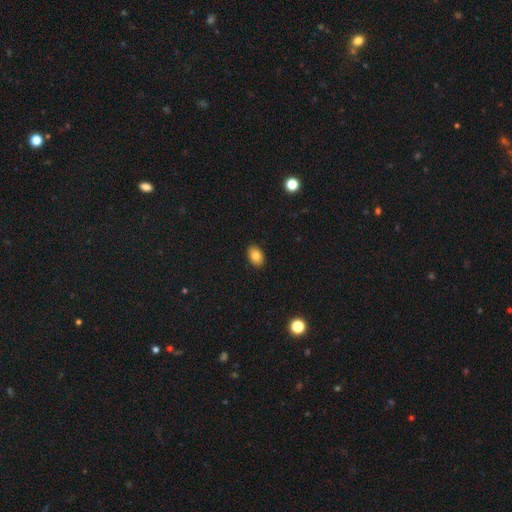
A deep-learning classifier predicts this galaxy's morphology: type=smooth (83%); roundness=in between (84%); merging=none (90%).